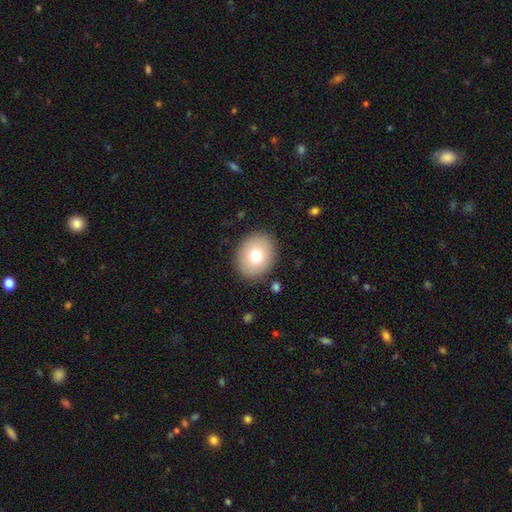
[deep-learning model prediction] This is likely a smooth galaxy (75%). How rounded: possibly round (51%). Merging: clearly none (88%).